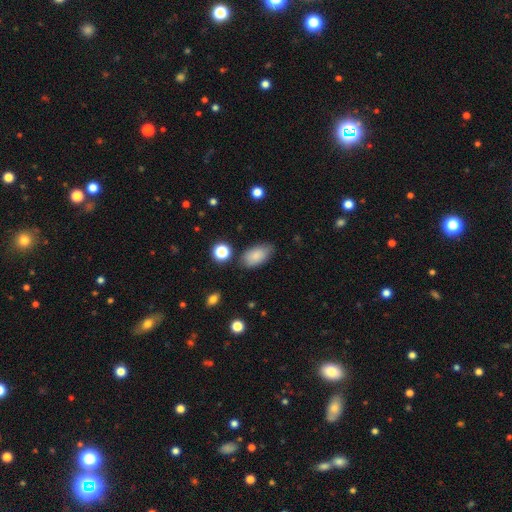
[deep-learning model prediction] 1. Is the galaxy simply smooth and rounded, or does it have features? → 84% smooth, 8% star or artifact, 7% featured or disk.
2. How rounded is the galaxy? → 93% in between, 5% round, 2% cigar-shaped.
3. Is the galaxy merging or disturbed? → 75% none, 18% minor disturbance, 4% major disturbance, 3% merger.